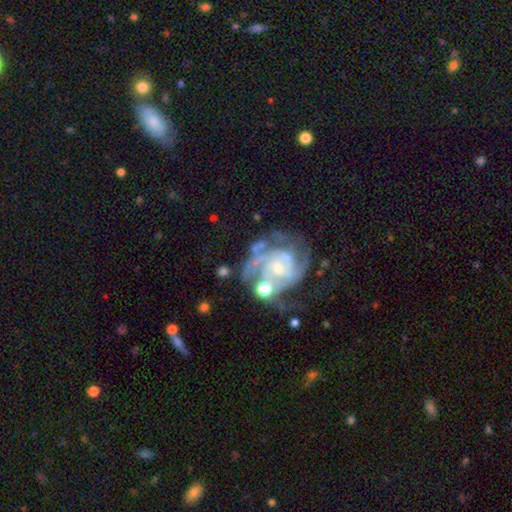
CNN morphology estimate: This is clearly a featured or disk galaxy (86%). It is clearly not viewed edge-on (98%). Bar: likely no (65%). Spiral arm pattern: clearly yes (94%). Spiral arm count: marginally 3 (27%). Spiral winding: possibly tight (59%). Central bulge: likely small (60%). Merging: possibly none (51%).